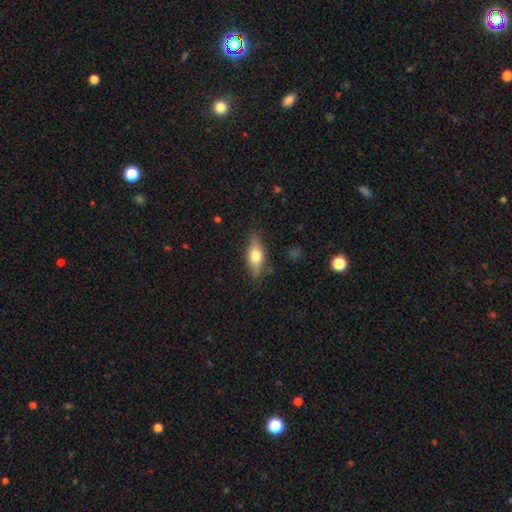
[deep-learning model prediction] This is likely a smooth galaxy (61%). How rounded: likely in between (65%). Merging: clearly none (81%).